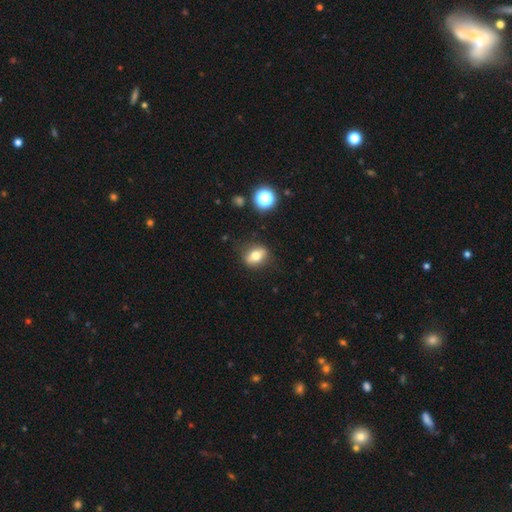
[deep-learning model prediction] Smooth or featured? Predicted: smooth (p=0.66). How rounded? Predicted: in between (p=0.67). Merging? Predicted: none (p=0.81).